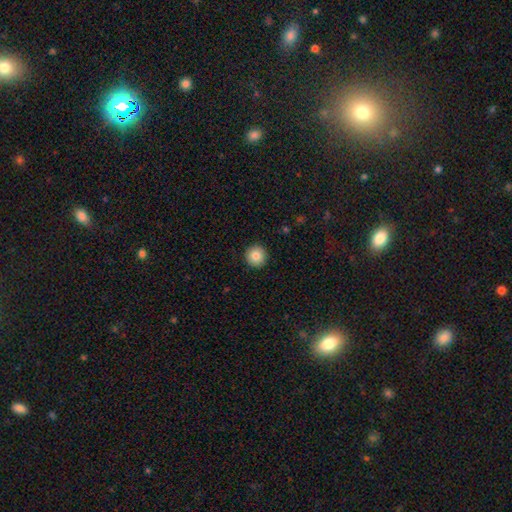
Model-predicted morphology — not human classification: Smooth or featured: smooth — 85% (star or artifact — 9%)
How rounded: round — 96% (in between — 3%)
Merging: none — 92% (minor disturbance — 5%)